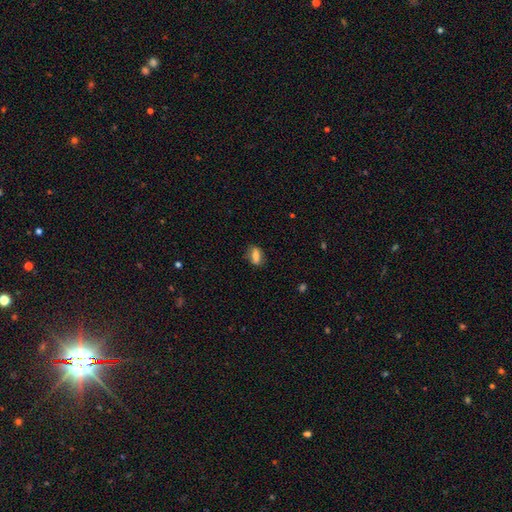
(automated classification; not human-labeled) The model was most divided on "smooth or featured": smooth: 73%, featured or disk: 18%, star or artifact: 9%. More confident: merging — none (79%); how rounded — in between (77%).